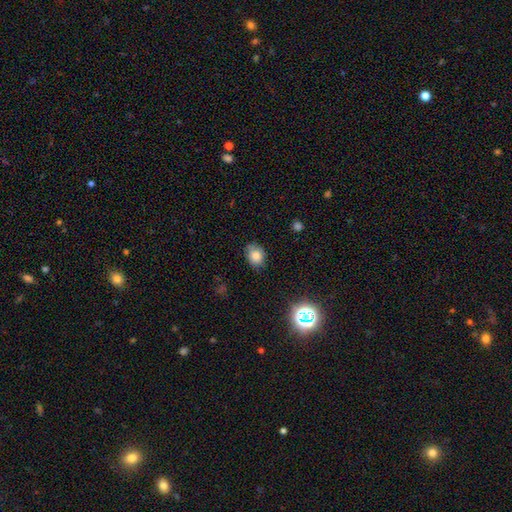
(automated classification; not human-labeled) This is likely a smooth galaxy (80%). How rounded: possibly in between (52%). Merging: likely none (76%).